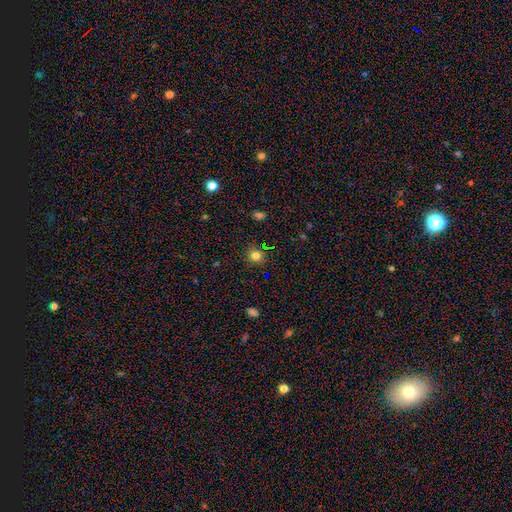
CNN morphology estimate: Smooth or featured: smooth — 77% (star or artifact — 17%)
How rounded: round — 91% (in between — 8%)
Merging: none — 89% (minor disturbance — 7%)